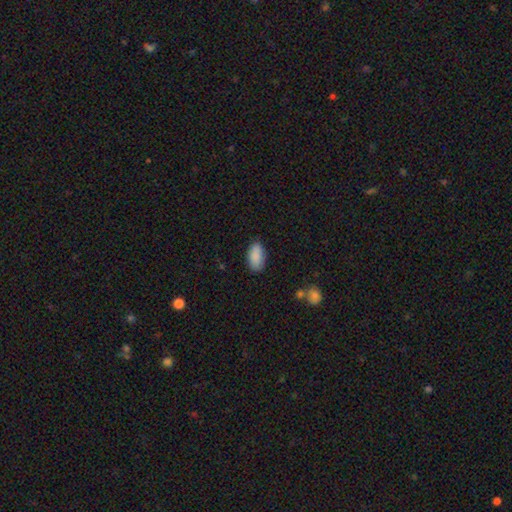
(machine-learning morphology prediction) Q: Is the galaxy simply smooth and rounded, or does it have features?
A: smooth — 89%.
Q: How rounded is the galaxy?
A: in between — 94%.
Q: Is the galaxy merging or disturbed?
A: none — 83%.